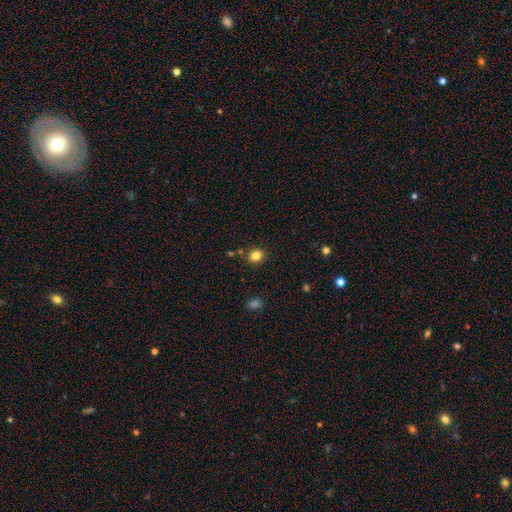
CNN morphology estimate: Smooth or featured: smooth — 82% (star or artifact — 12%)
How rounded: round — 71% (in between — 28%)
Merging: none — 85% (minor disturbance — 9%)